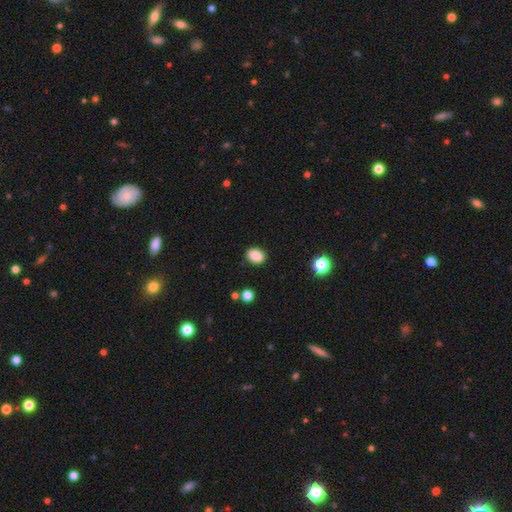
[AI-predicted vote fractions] Morphology: type=smooth (86%); roundness=in between (66%); merging=none (87%).